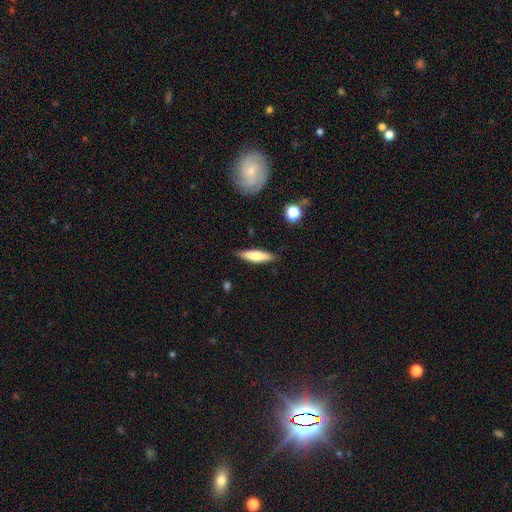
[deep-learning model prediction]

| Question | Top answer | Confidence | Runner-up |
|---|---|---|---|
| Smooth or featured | smooth | 67% | featured or disk (27%) |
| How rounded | cigar-shaped | 68% | in between (30%) |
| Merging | none | 84% | minor disturbance (12%) |